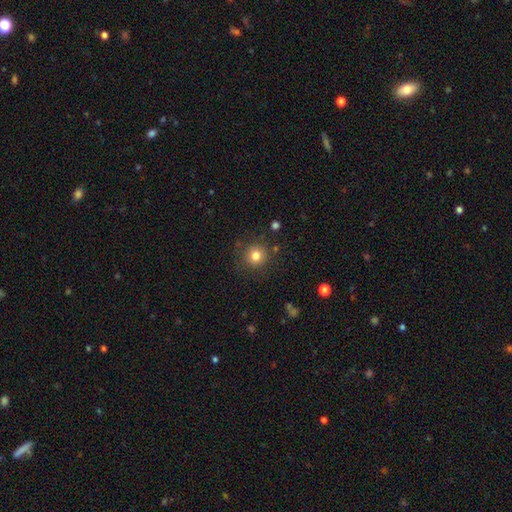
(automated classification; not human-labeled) smooth-or-featured: smooth: 80% | star or artifact: 13% | featured or disk: 7%
  how-rounded: round: 93% | in between: 6% | cigar-shaped: 1%
  merging: none: 86% | minor disturbance: 9% | major disturbance: 3% | merger: 2%